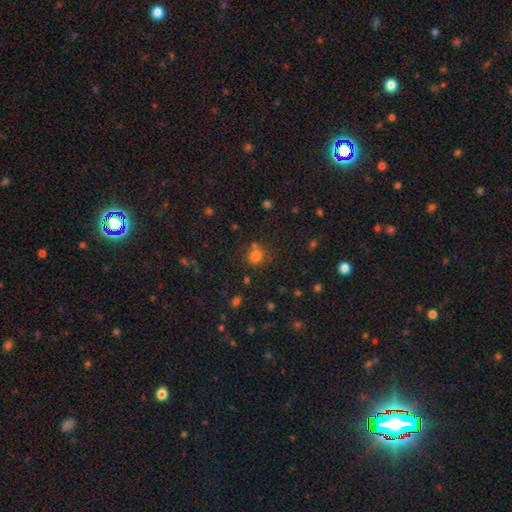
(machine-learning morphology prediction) This is likely a smooth galaxy (74%). How rounded: likely round (76%). Merging: likely none (63%).